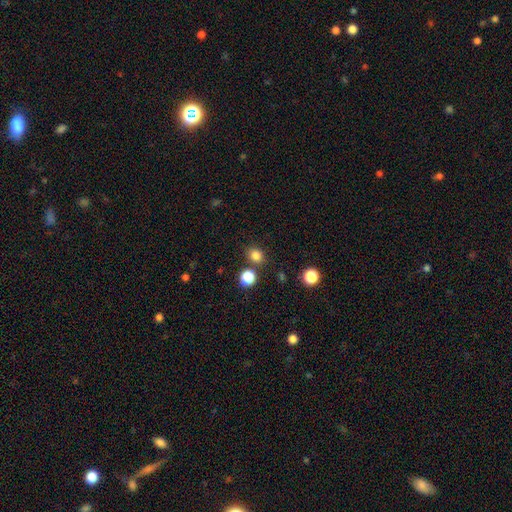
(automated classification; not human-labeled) Morphology: type=smooth (81%); roundness=round (74%); merging=none (80%).